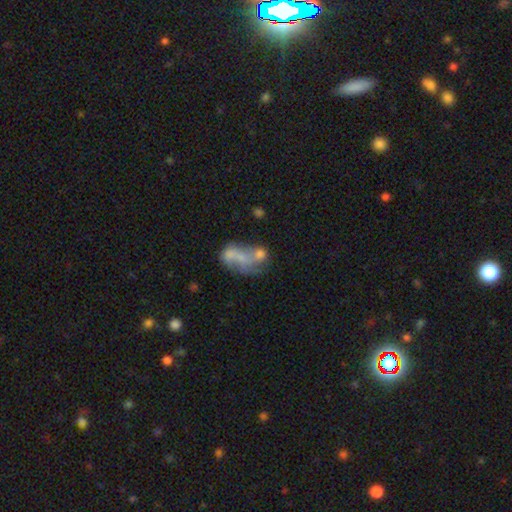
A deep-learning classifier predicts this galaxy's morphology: type=smooth (49%); merging=merger (45%).